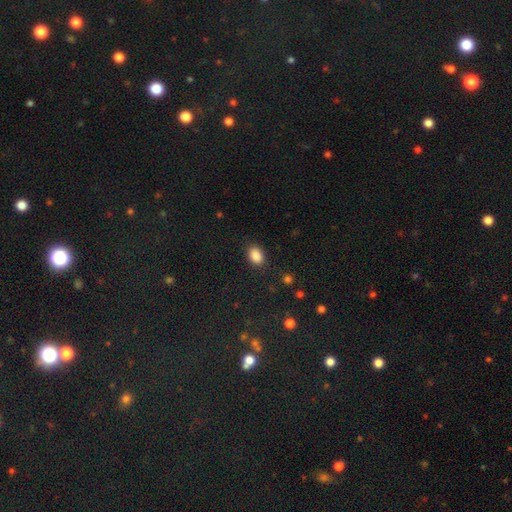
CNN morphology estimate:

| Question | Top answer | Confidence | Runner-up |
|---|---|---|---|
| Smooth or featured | smooth | 88% | star or artifact (9%) |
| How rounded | in between | 82% | round (17%) |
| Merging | none | 86% | minor disturbance (10%) |